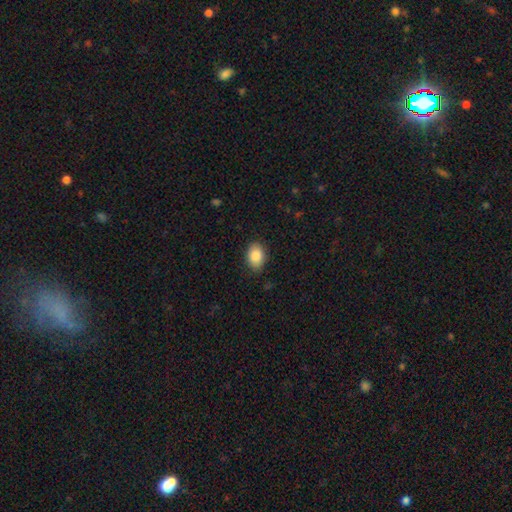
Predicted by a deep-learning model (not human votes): The model was most divided on "how rounded": in between: 79%, round: 20%, cigar-shaped: 1%. More confident: smooth or featured — smooth (87%); merging — none (86%).